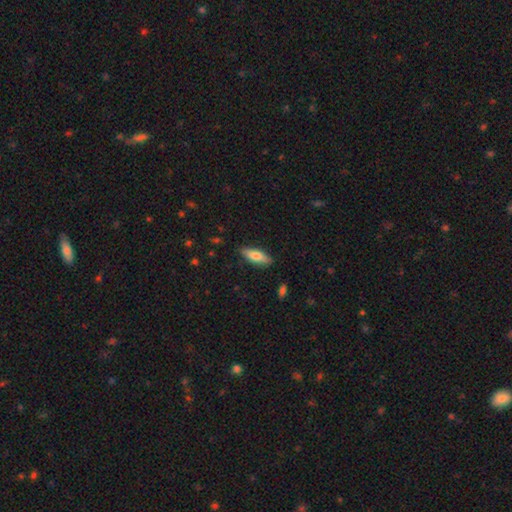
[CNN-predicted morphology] Smooth or featured: smooth — 71% (featured or disk — 23%)
How rounded: in between — 57% (cigar-shaped — 41%)
Merging: none — 86% (minor disturbance — 11%)